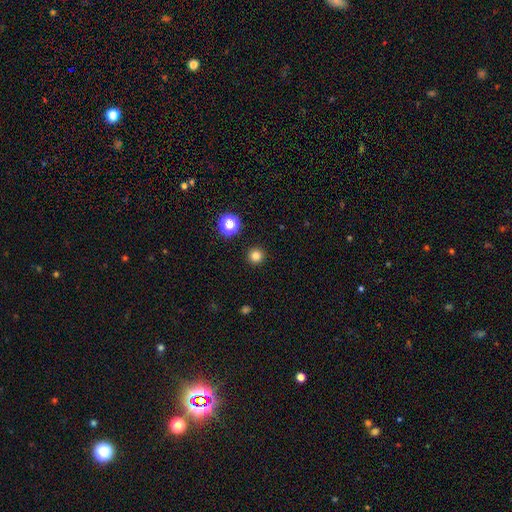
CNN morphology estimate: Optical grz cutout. It shows a smooth galaxy with no disk features (80%) that is round (96%). Merging: none (93%).